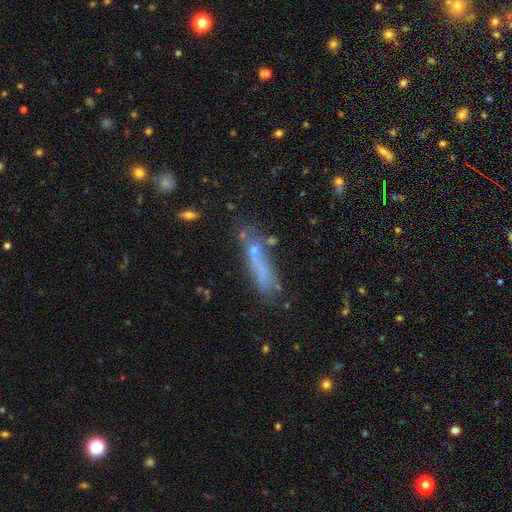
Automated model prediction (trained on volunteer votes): Smooth or featured? Predicted: smooth (p=0.54). How rounded? Predicted: cigar-shaped (p=0.80). Merging? Predicted: none (p=0.57).